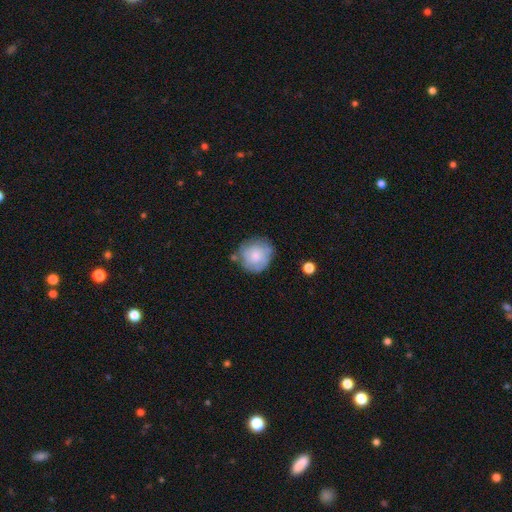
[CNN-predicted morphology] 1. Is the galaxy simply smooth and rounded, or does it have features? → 57% smooth, 36% featured or disk, 7% star or artifact.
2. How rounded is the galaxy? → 88% round, 11% in between, 1% cigar-shaped.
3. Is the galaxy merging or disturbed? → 67% none, 21% minor disturbance, 7% major disturbance, 5% merger.